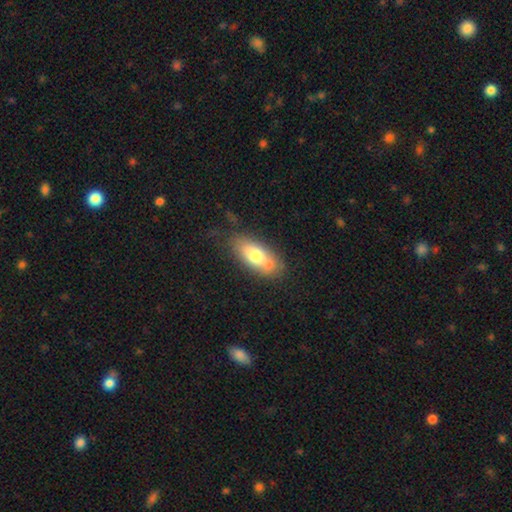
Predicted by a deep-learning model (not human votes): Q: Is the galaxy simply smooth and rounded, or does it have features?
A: smooth — 72%.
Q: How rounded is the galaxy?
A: in between — 82%.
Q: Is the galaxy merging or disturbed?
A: none — 64%.